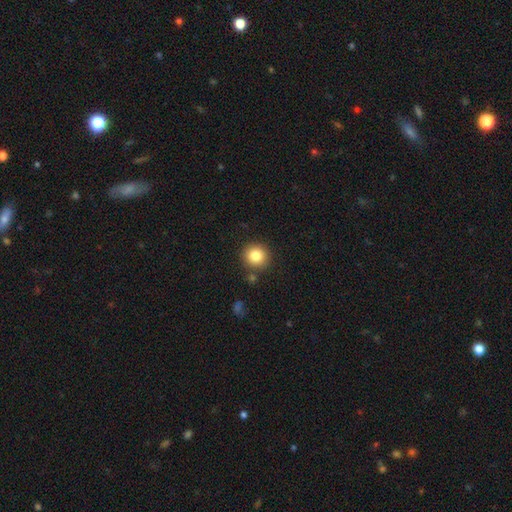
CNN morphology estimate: This appears to be a smooth galaxy with no disk features (84%) that is round (91%). Merging: none (85%).